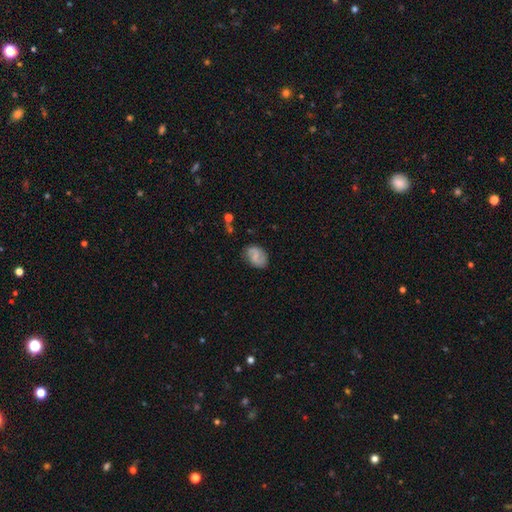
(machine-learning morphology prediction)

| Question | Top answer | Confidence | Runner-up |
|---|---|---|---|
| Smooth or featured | smooth | 47% | featured or disk (44%) |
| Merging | none | 73% | minor disturbance (19%) |